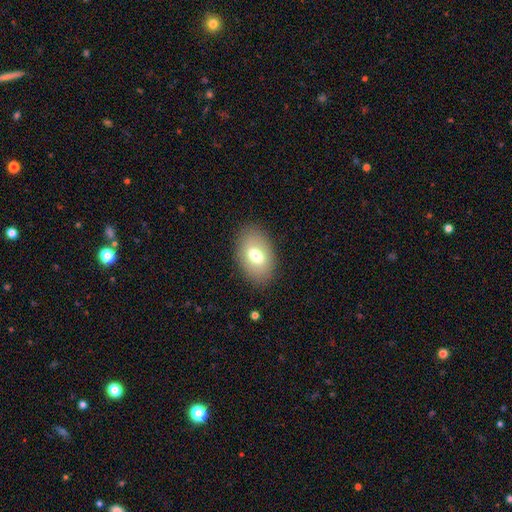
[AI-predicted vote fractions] Overall: smooth (68%). How rounded: in between (89%). Merging: none (84%).